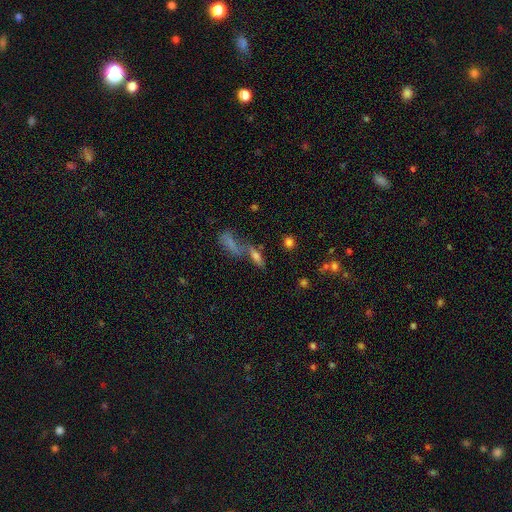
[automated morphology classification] Smooth or featured?
  - smooth: 60% *
  - featured or disk: 24%
  - star or artifact: 16%
How rounded?
  - cigar-shaped: 48% *
  - in between: 46%
  - round: 6%
Merging?
  - merger: 45% *
  - none: 37%
  - minor disturbance: 10%
  - major disturbance: 7%